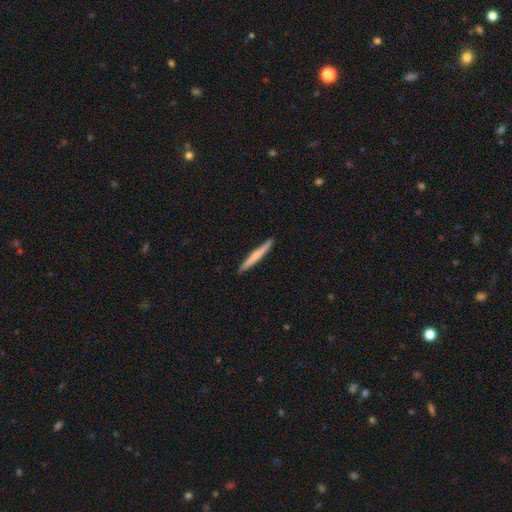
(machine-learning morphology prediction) smooth-or-featured: smooth: 62% | featured or disk: 33% | star or artifact: 5%
  how-rounded: cigar-shaped: 97% | in between: 2% | round: 1%
  merging: none: 92% | minor disturbance: 6% | major disturbance: 1% | merger: 1%